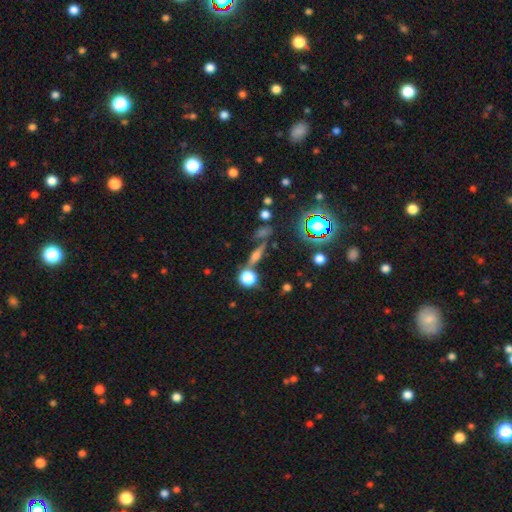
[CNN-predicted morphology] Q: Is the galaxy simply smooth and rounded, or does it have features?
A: featured or disk — 41%.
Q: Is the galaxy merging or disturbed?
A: none — 68%.